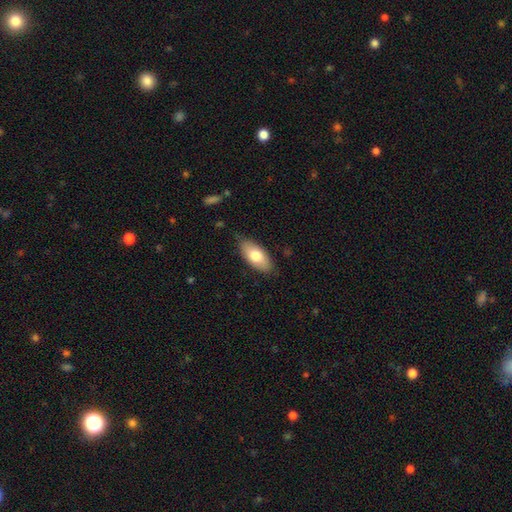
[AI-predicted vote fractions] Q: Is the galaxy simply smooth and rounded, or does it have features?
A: smooth — 75%.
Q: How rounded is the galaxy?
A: in between — 91%.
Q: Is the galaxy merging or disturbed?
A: none — 79%.